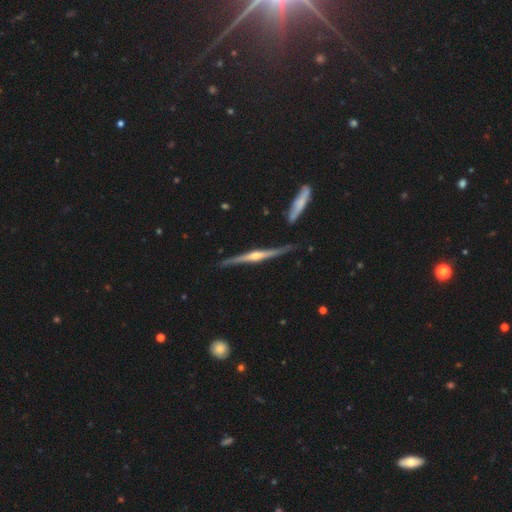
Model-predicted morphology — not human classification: A featured or disk galaxy (84%) viewed edge-on (97%) with a rounded central bulge (90%). Merging: none (82%).